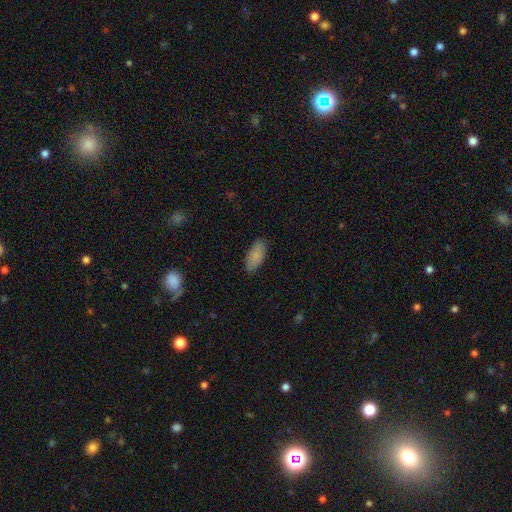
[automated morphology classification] Smooth or featured?
  - smooth: 85% *
  - featured or disk: 9%
  - star or artifact: 6%
How rounded?
  - in between: 87% *
  - cigar-shaped: 11%
  - round: 2%
Merging?
  - none: 86% *
  - minor disturbance: 11%
  - major disturbance: 2%
  - merger: 1%